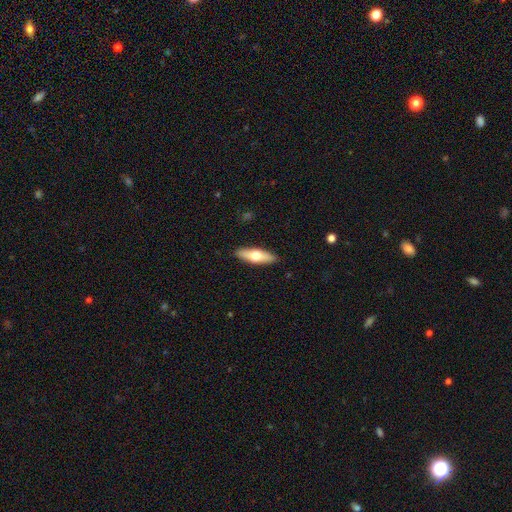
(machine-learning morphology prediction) A smooth galaxy with no disk features (58%) that is in between round and cigar-shaped (50%). Merging: none (90%).